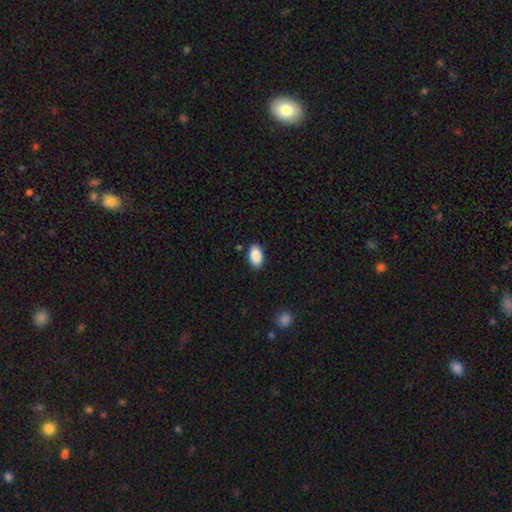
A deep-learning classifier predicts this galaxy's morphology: smooth-or-featured: smooth: 90% | star or artifact: 7% | featured or disk: 3%
  how-rounded: in between: 93% | round: 5% | cigar-shaped: 2%
  merging: none: 87% | minor disturbance: 9% | major disturbance: 2% | merger: 1%